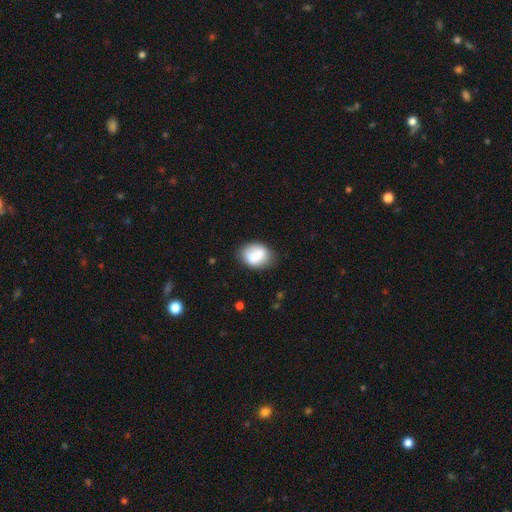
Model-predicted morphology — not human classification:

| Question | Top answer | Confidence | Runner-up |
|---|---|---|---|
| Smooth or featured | smooth | 76% | featured or disk (16%) |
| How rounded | in between | 66% | round (33%) |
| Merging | none | 70% | minor disturbance (19%) |